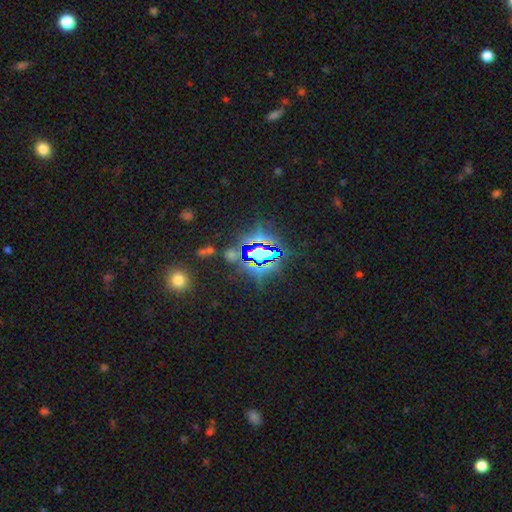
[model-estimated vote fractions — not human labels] Overall: star or artifact (81%).